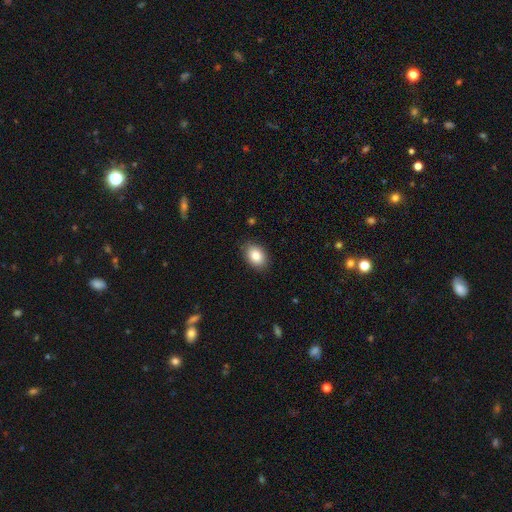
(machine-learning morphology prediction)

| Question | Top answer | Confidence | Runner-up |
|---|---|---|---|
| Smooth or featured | smooth | 86% | star or artifact (8%) |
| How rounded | in between | 81% | round (18%) |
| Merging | none | 86% | minor disturbance (11%) |